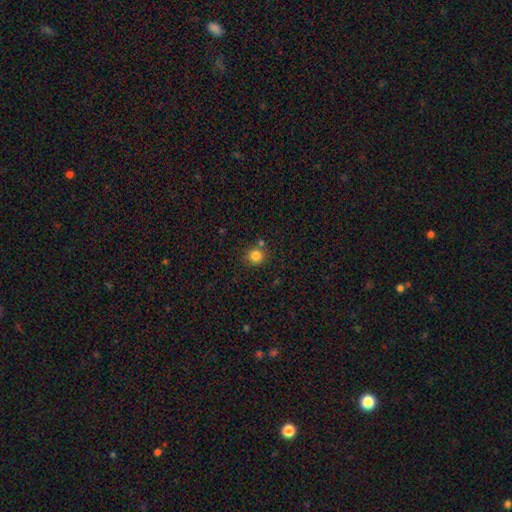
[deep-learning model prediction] Smooth or featured?
  - smooth: 83% *
  - star or artifact: 12%
  - featured or disk: 5%
How rounded?
  - round: 92% *
  - in between: 7%
  - cigar-shaped: 1%
Merging?
  - none: 79% *
  - merger: 10%
  - minor disturbance: 8%
  - major disturbance: 3%